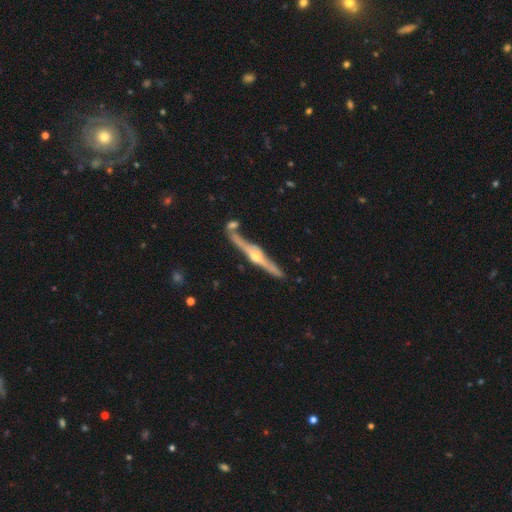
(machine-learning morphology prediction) The model was most divided on "merging": none: 68%, merger: 14%, minor disturbance: 14%, major disturbance: 4%. More confident: edge-on disk — yes (97%); edge-on bulge — rounded (92%); smooth or featured — featured or disk (81%).